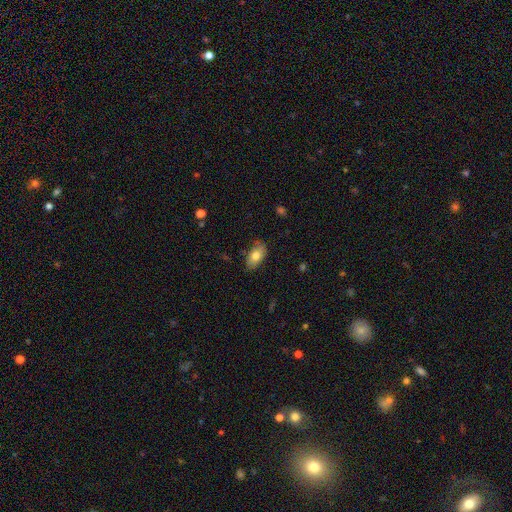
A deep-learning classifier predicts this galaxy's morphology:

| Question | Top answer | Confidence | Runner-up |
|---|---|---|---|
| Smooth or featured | smooth | 77% | featured or disk (16%) |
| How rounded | in between | 92% | round (5%) |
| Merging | none | 79% | minor disturbance (17%) |